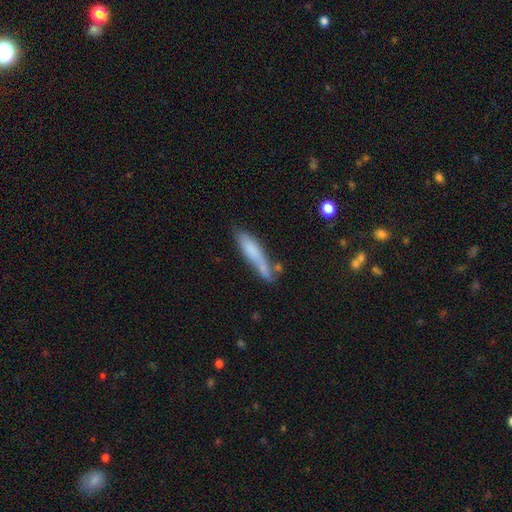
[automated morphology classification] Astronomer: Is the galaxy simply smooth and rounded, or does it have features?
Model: smooth — 68%.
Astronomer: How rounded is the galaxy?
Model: cigar-shaped — 83%.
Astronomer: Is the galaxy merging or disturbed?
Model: none — 59%.